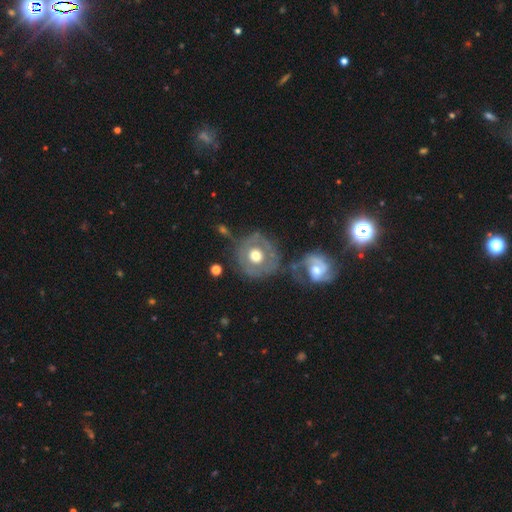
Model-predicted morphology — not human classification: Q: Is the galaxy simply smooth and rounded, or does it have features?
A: featured or disk — 48%.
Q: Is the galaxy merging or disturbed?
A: none — 59%.